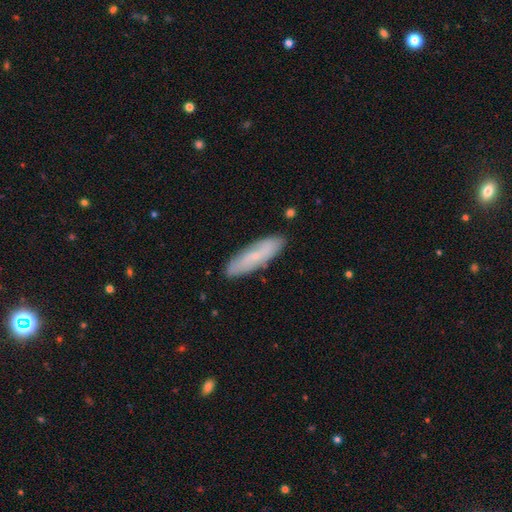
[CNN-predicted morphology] type=smooth (56%); roundness=cigar-shaped (63%); merging=none (86%).